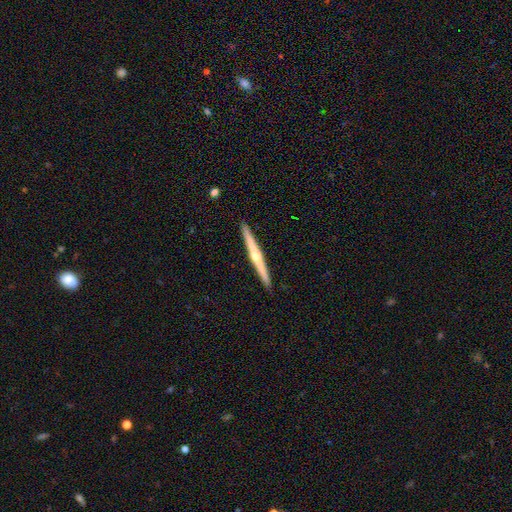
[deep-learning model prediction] smooth-or-featured: featured or disk: 72% | smooth: 23% | star or artifact: 5%
  disk-edge-on: yes: 98% | no: 2%
    edge-on-bulge: rounded: 83% | none: 13% | boxy: 3%
  merging: none: 93% | minor disturbance: 5% | major disturbance: 1% | merger: 1%